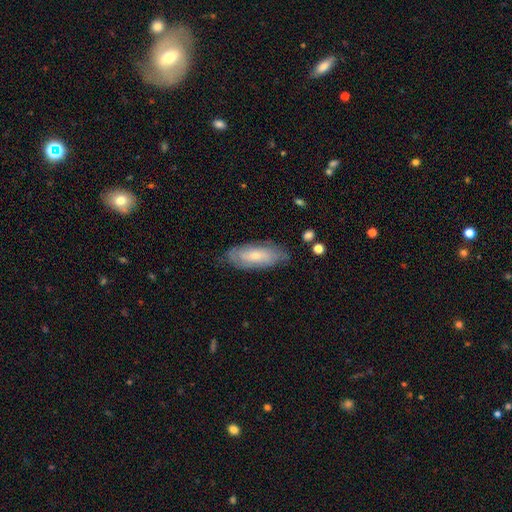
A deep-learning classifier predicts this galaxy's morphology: smooth 47%, featured or disk 46%, star or artifact 7%. Down the decision tree: merging — none (75%).